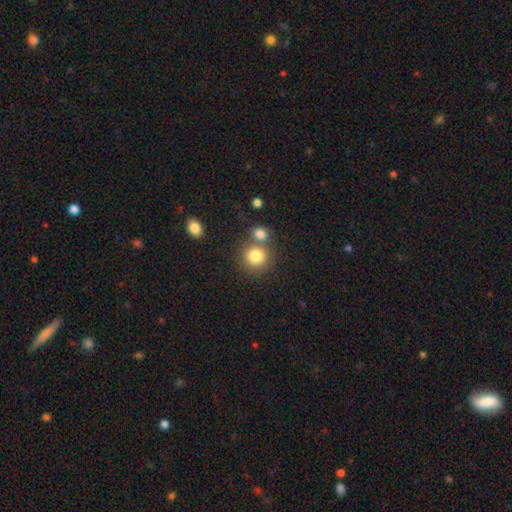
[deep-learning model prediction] The model was most divided on "merging": none: 59%, merger: 30%, minor disturbance: 8%, major disturbance: 3%. More confident: how rounded — round (87%); smooth or featured — smooth (82%).